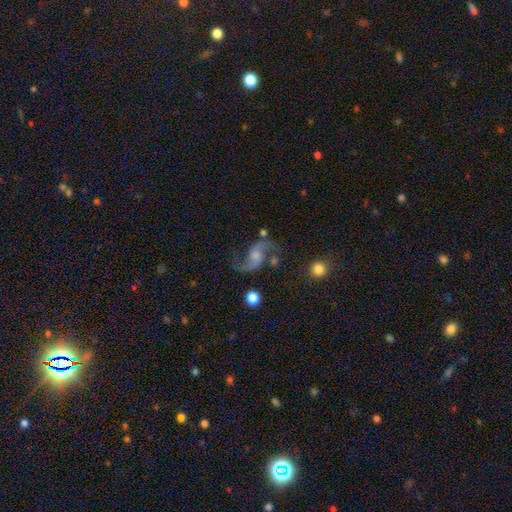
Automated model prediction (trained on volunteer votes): Smooth or featured? featured or disk (88%)
Edge-on disk? no (98%)
Bar? no (55%)
Spiral arms? yes (97%)
Spiral winding? loose (78%)
Spiral arm count? 2 (93%)
Bulge size? small (38%)
Merging? none (68%)